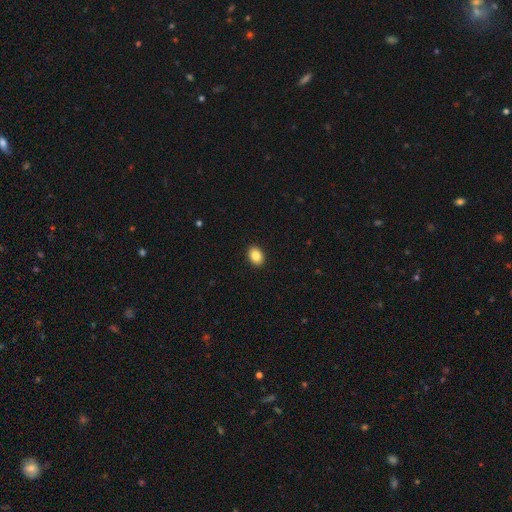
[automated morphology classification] Smooth or featured? smooth (86%)
How rounded? in between (74%)
Merging? none (92%)